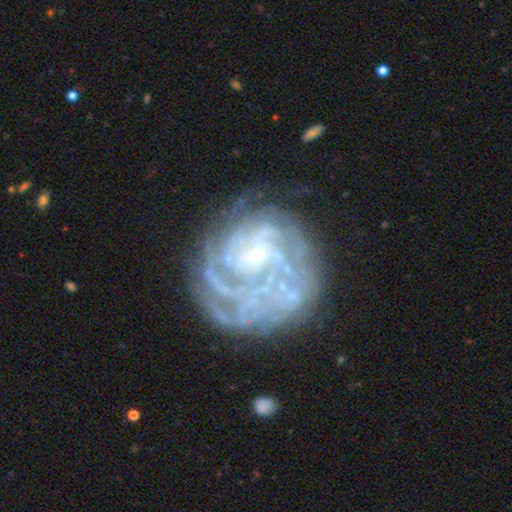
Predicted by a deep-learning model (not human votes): smooth_or_featured: featured or disk (p=0.83) [alt: smooth p=0.09]
disk_edge_on: no (p=0.97) [alt: yes p=0.03]
bar: no (p=0.55) [alt: weak p=0.34]
has_spiral_arms: yes (p=0.90) [alt: no p=0.10]
spiral_winding: tight (p=0.70) [alt: medium p=0.23]
spiral_arm_count: can't tell (p=0.37) [alt: 4 p=0.17]
bulge_size: small (p=0.78) [alt: moderate p=0.12]
merging: none (p=0.60) [alt: minor disturbance p=0.20]